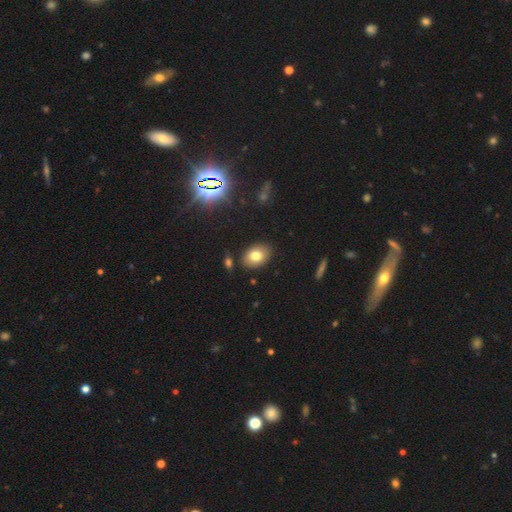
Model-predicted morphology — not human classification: Smooth or featured?
  - smooth: 76% *
  - featured or disk: 13%
  - star or artifact: 11%
How rounded?
  - in between: 80% *
  - round: 19%
  - cigar-shaped: 1%
Merging?
  - none: 85% *
  - minor disturbance: 10%
  - merger: 3%
  - major disturbance: 2%